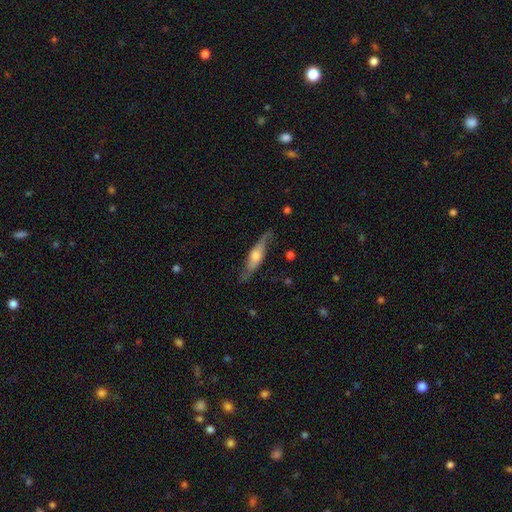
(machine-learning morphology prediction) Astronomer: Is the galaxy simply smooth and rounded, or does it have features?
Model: featured or disk — 67%.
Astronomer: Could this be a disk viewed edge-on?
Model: yes — 70%.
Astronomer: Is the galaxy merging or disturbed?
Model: none — 71%.